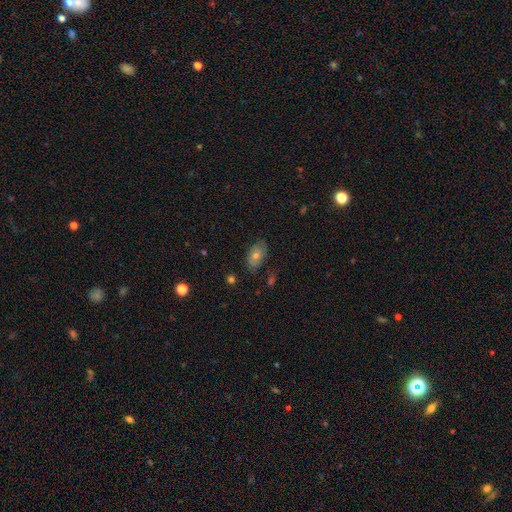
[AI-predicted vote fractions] A smooth galaxy with no disk features (54%) that is in between round and cigar-shaped (87%). Merging: none (80%).